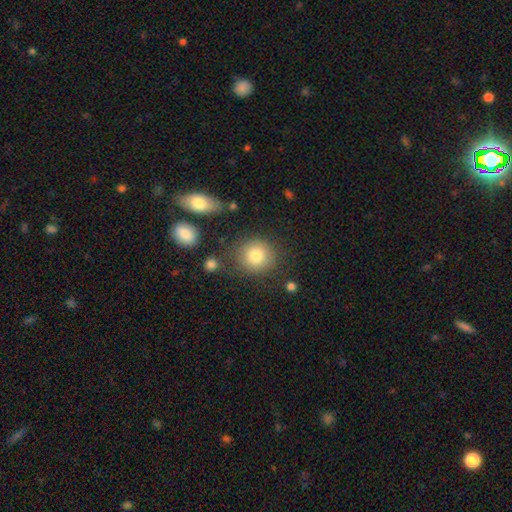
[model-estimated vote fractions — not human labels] Morphology: type=smooth (81%); roundness=round (87%); merging=none (82%).